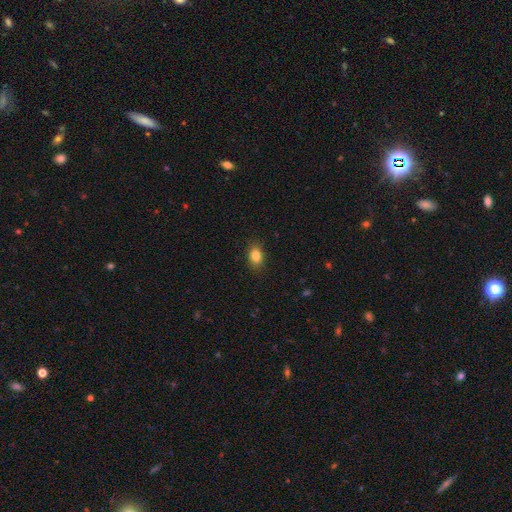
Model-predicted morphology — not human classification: Q: Smooth or featured?
A: smooth (84%); runner-up: star or artifact (10%)
Q: How rounded?
A: in between (76%); runner-up: round (22%)
Q: Merging?
A: none (88%); runner-up: minor disturbance (9%)